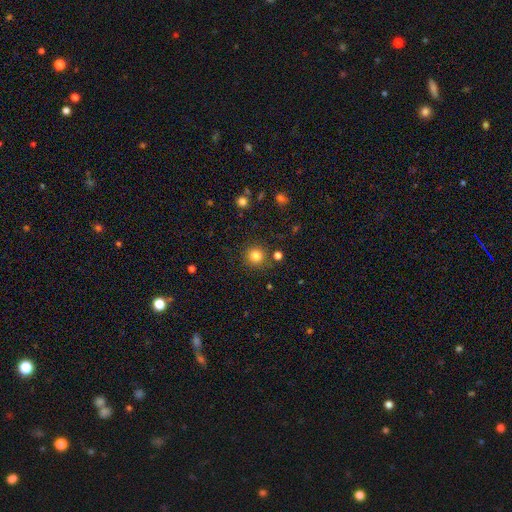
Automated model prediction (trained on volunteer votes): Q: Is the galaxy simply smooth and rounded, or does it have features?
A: smooth — 81%.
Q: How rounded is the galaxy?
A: round — 94%.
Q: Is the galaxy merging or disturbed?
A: none — 85%.